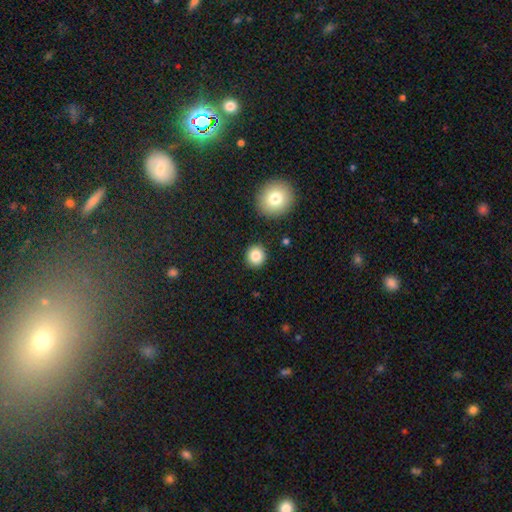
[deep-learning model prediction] This appears to be a smooth galaxy with no disk features (84%) that is round (86%). Merging: none (89%).